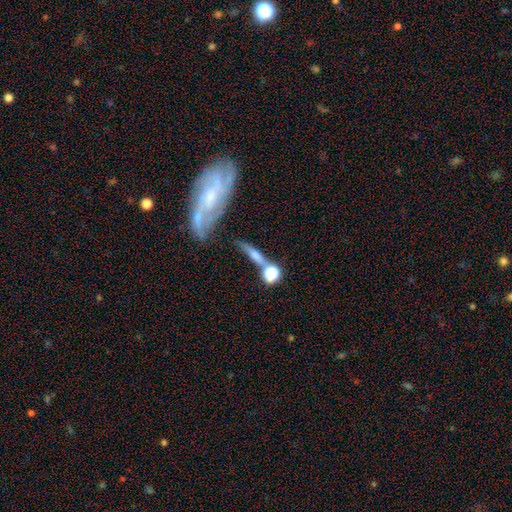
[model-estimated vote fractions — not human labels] A featured or disk galaxy (52%) viewed edge-on (77%).

Vote fractions:
- Smooth or featured? featured or disk: 52% / smooth: 35% / star or artifact: 13%
- Edge-on disk? yes: 77% / no: 23%
- Merging? none: 55% / merger: 21% / minor disturbance: 15% / major disturbance: 9%